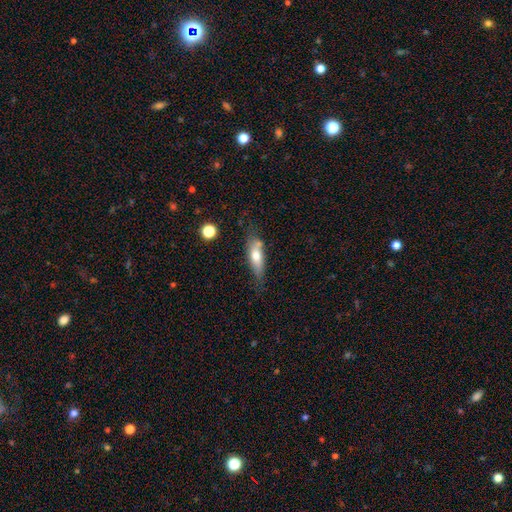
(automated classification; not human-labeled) The model was most divided on "how rounded": in between: 54%, cigar-shaped: 43%, round: 3%. More confident: smooth or featured — smooth (62%); merging — none (58%).